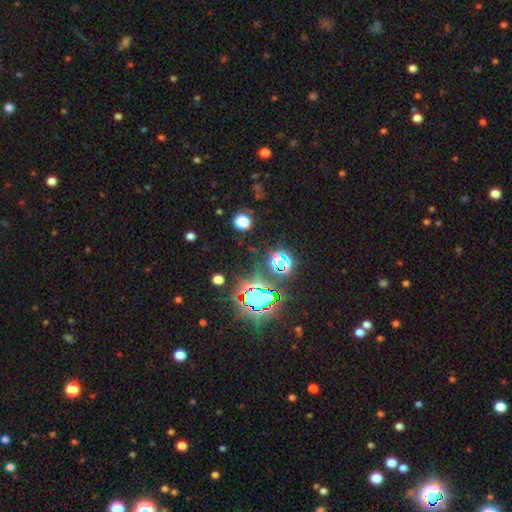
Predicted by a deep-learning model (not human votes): Smooth or featured? star or artifact (78%)